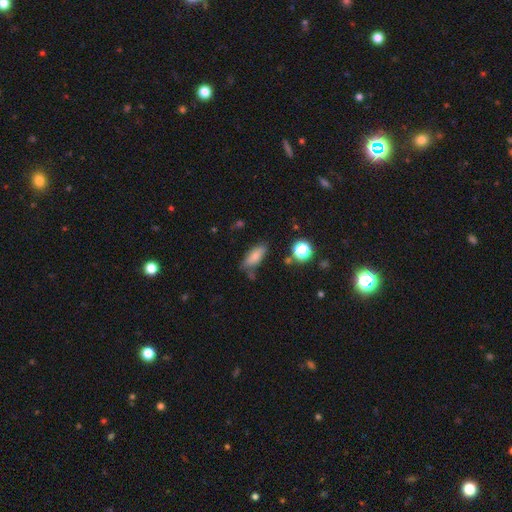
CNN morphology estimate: Overall: smooth (79%). How rounded: in between (71%). Merging: none (69%).